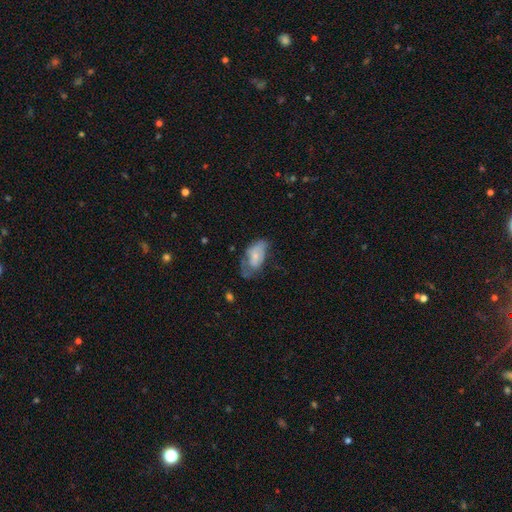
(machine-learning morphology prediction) A smooth galaxy with no disk features (52%) that is in between round and cigar-shaped (92%). Merging: none (34%, tied with minor disturbance).